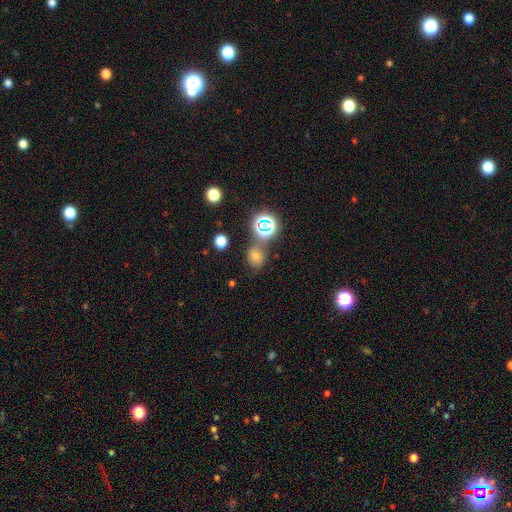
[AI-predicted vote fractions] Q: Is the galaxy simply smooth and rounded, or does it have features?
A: smooth — 48%.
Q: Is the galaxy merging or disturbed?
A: none — 71%.